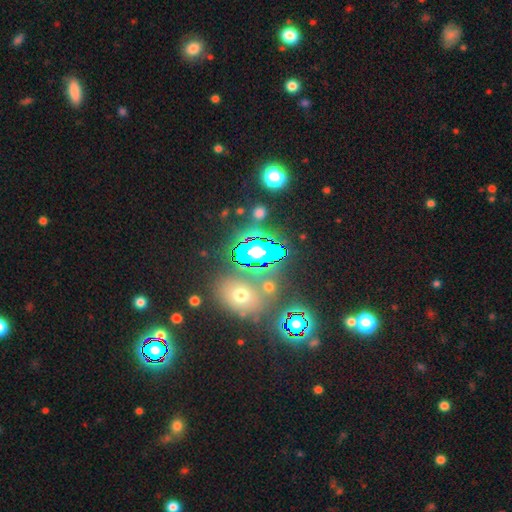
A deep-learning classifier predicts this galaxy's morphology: Smooth or featured? Predicted: star or artifact (p=0.68).